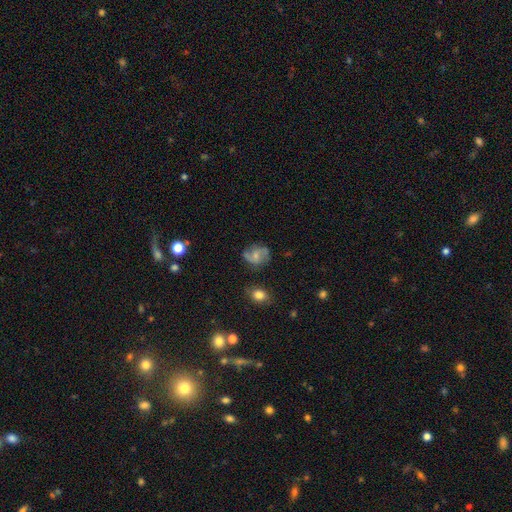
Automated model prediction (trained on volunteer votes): Smooth or featured? featured or disk (60%)
Edge-on disk? no (97%)
Bar? no (58%)
Spiral arms? yes (87%)
Spiral winding? medium (43%)
Spiral arm count? 2 (79%)
Bulge size? small (57%)
Merging? none (66%)